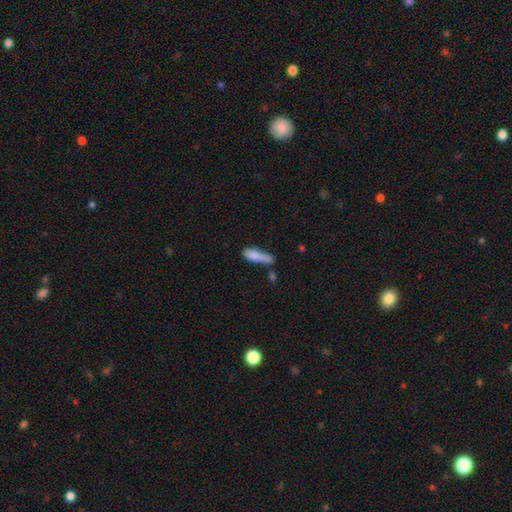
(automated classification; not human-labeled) Q: Smooth or featured?
A: smooth (77%); runner-up: featured or disk (15%)
Q: How rounded?
A: cigar-shaped (56%); runner-up: in between (42%)
Q: Merging?
A: none (34%); runner-up: minor disturbance (30%)